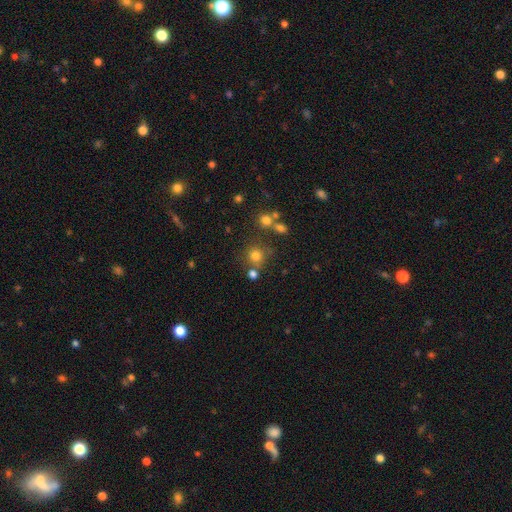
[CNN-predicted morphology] Q: Smooth or featured?
A: smooth (74%); runner-up: star or artifact (18%)
Q: How rounded?
A: round (89%); runner-up: in between (10%)
Q: Merging?
A: none (69%); runner-up: merger (15%)